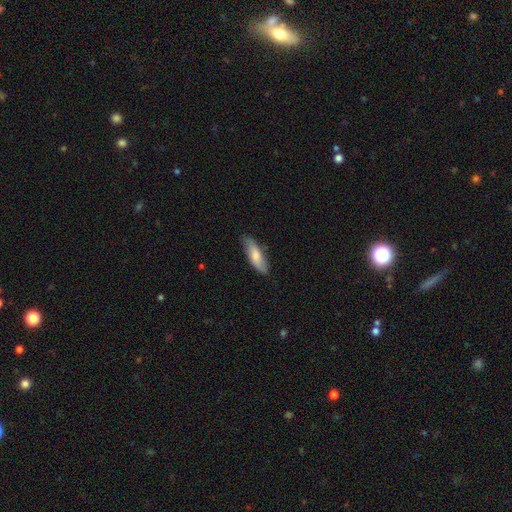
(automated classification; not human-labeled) A smooth galaxy with no disk features (68%) that is in between round and cigar-shaped (55%). Merging: none (79%).